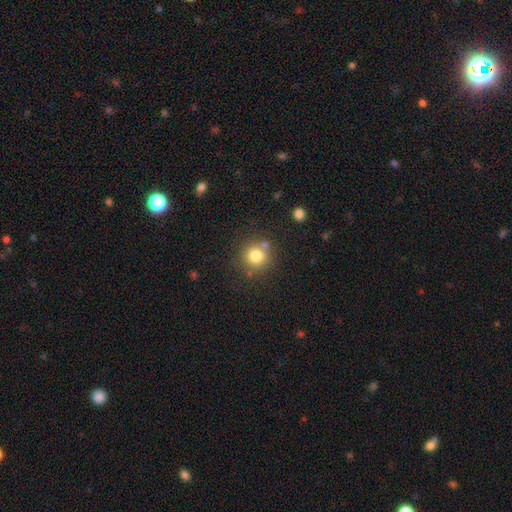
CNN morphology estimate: smooth-or-featured: smooth: 78% | star or artifact: 13% | featured or disk: 9%
  how-rounded: round: 92% | in between: 7% | cigar-shaped: 1%
  merging: none: 73% | merger: 13% | minor disturbance: 10% | major disturbance: 4%